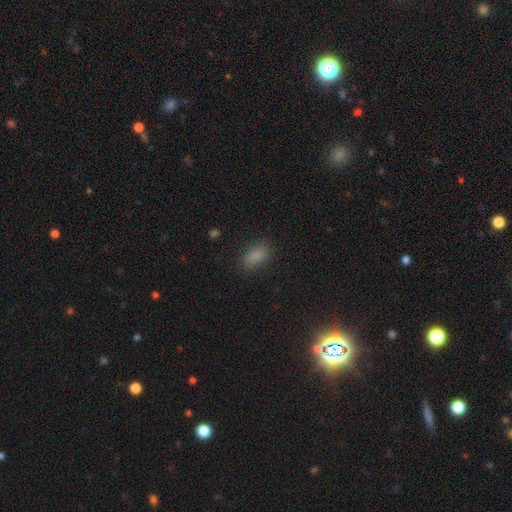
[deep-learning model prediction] A smooth galaxy with no disk features (84%) that is in between round and cigar-shaped (90%).

Vote fractions:
- Smooth or featured? smooth: 84% / star or artifact: 12% / featured or disk: 5%
- How rounded? in between: 90% / round: 6% / cigar-shaped: 4%
- Merging? none: 83% / minor disturbance: 12% / major disturbance: 4% / merger: 1%